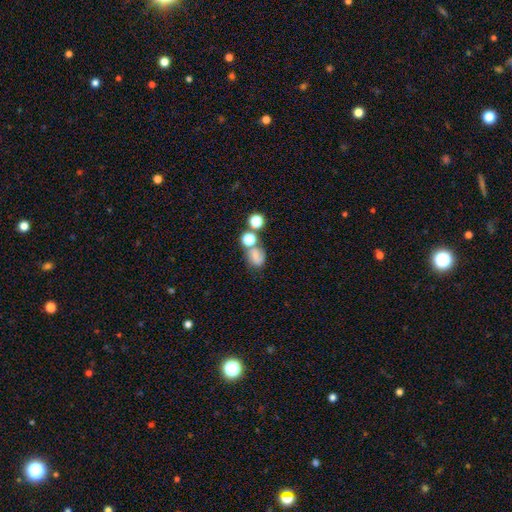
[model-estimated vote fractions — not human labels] This appears to be a smooth galaxy with no disk features (66%) that is round (52%). Merging: none (48%).